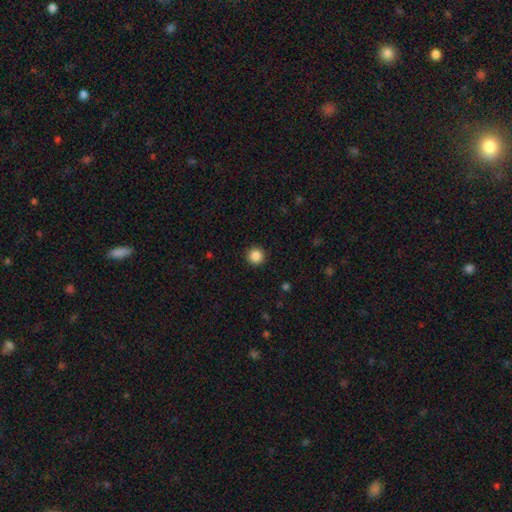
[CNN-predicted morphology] The model was most divided on "smooth or featured": smooth: 87%, star or artifact: 10%, featured or disk: 3%. More confident: how rounded — round (96%); merging — none (93%).